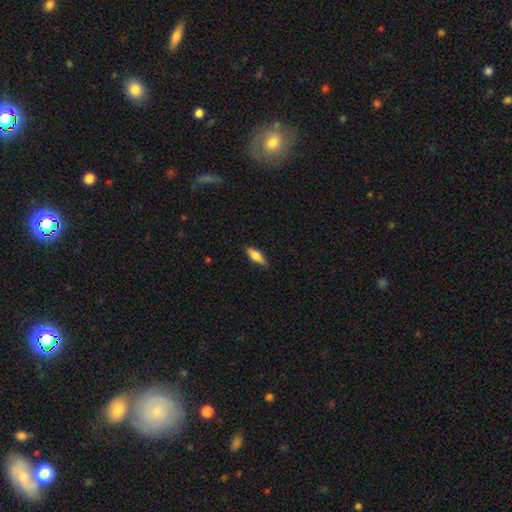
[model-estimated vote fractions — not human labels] The model was most divided on "how rounded": in between: 56%, cigar-shaped: 42%, round: 2%. More confident: merging — none (85%); smooth or featured — smooth (71%).